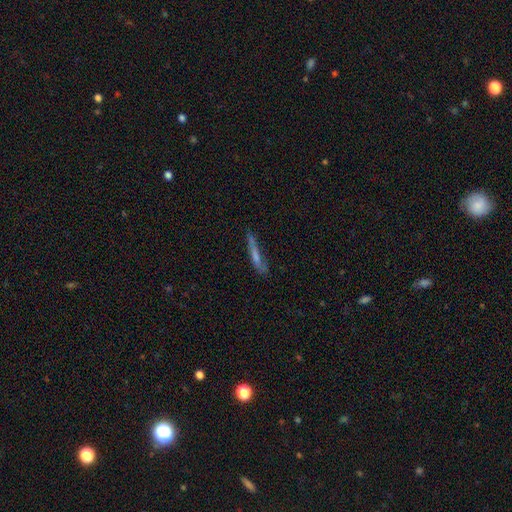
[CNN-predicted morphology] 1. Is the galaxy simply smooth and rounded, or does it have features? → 49% featured or disk, 41% smooth, 11% star or artifact.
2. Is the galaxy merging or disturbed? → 62% none, 25% minor disturbance, 10% major disturbance, 4% merger.